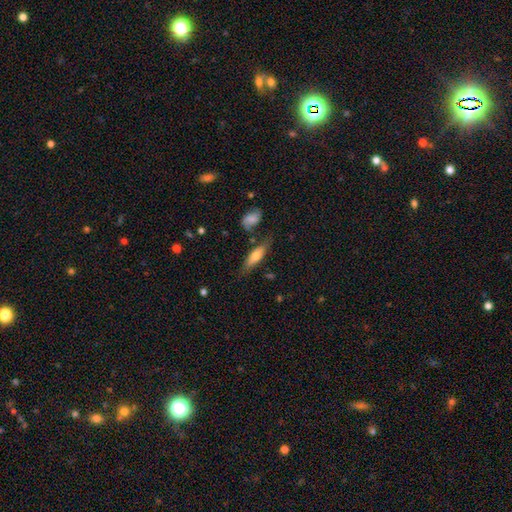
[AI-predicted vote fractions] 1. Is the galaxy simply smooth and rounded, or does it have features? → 60% smooth, 33% featured or disk, 6% star or artifact.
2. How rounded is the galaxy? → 50% cigar-shaped, 47% in between, 3% round.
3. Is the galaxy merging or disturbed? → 69% none, 19% minor disturbance, 6% merger, 5% major disturbance.